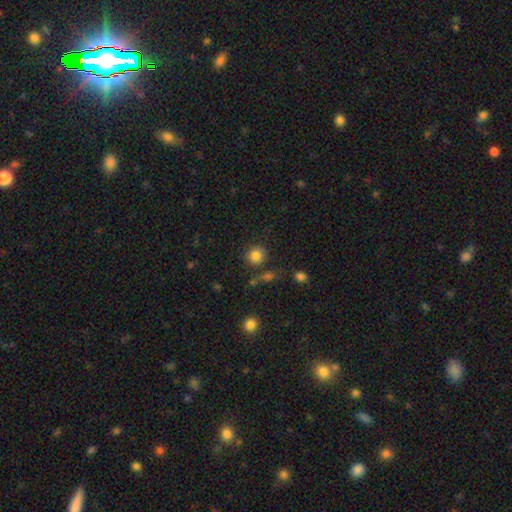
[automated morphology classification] type=smooth (83%); roundness=round (87%); merging=none (79%).